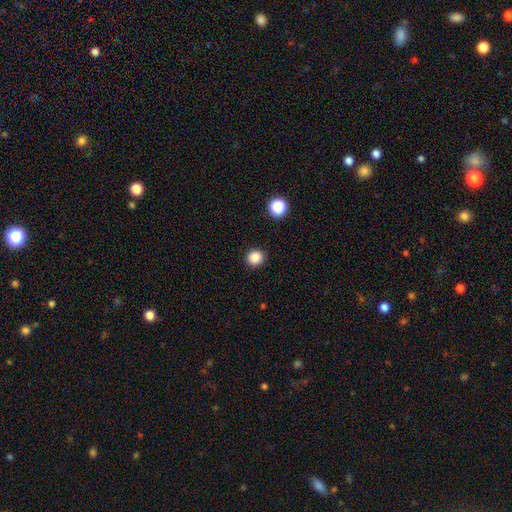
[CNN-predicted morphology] Smooth or featured? Predicted: smooth (p=0.86). How rounded? Predicted: round (p=0.91). Merging? Predicted: none (p=0.91).